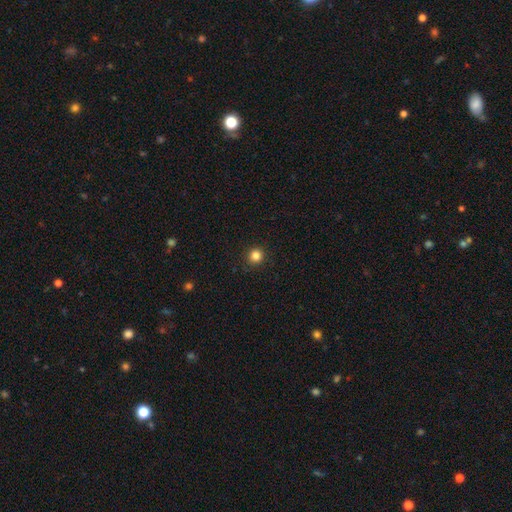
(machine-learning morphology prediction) Q: Smooth or featured?
A: smooth (84%); runner-up: star or artifact (12%)
Q: How rounded?
A: round (94%); runner-up: in between (5%)
Q: Merging?
A: none (92%); runner-up: minor disturbance (5%)